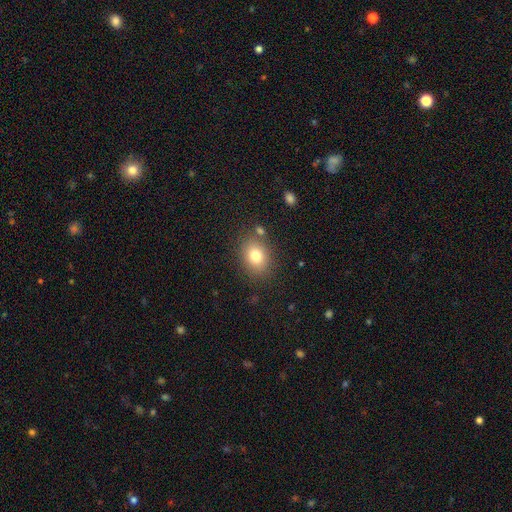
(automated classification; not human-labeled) Morphology: type=smooth (79%); roundness=in between (55%); merging=none (80%).